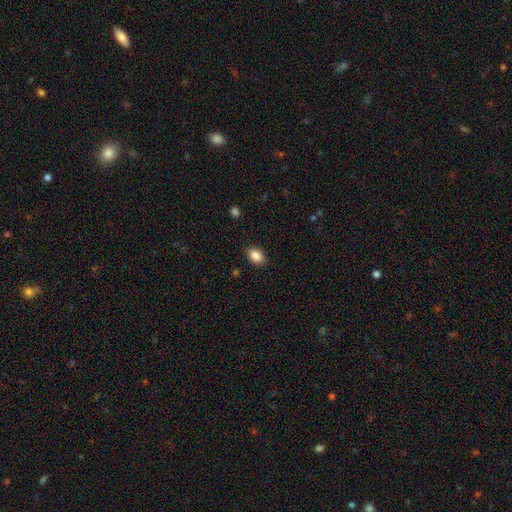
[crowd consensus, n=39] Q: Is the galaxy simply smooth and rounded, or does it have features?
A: smooth — 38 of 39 (97%).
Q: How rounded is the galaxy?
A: in between — 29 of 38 (76%).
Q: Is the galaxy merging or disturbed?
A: none — 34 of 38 (89%).